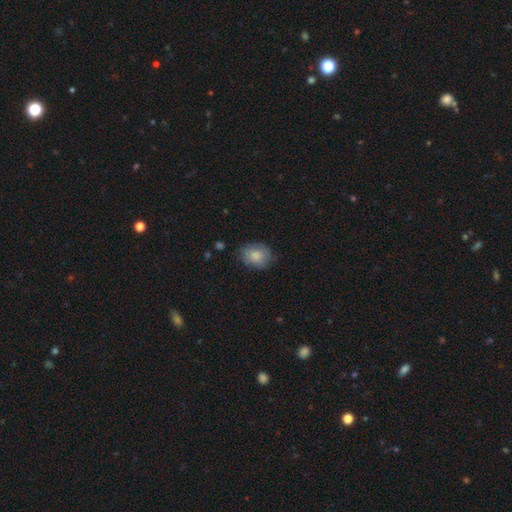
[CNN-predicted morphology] smooth 81%, featured or disk 12%, star or artifact 7%. Down the decision tree: how rounded — in between (56%); merging — none (72%).